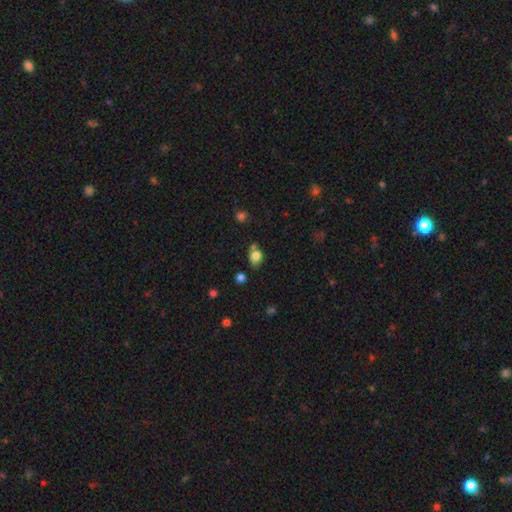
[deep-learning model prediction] Smooth or featured? smooth (80%)
How rounded? in between (61%)
Merging? none (57%)